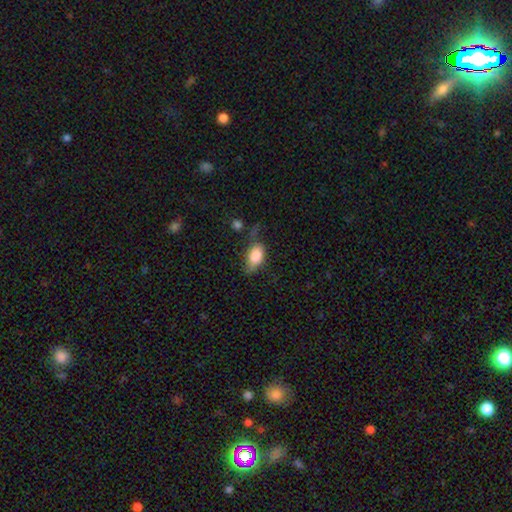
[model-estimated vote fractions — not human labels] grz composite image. It shows a smooth galaxy with no disk features (81%) that is in between round and cigar-shaped (89%). Merging: none (43%).